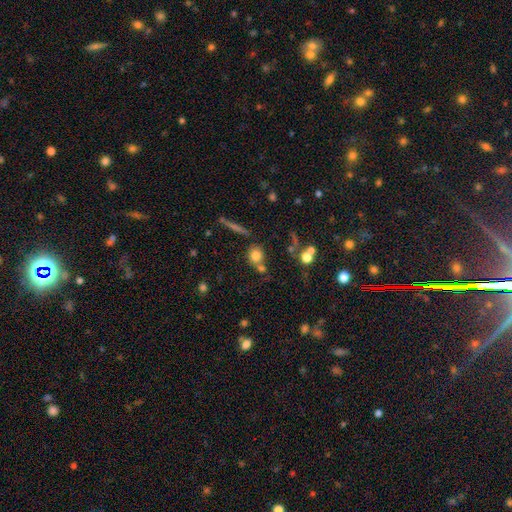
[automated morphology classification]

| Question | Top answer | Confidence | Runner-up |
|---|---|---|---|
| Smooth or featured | smooth | 76% | star or artifact (12%) |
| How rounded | round | 76% | in between (21%) |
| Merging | none | 58% | merger (25%) |